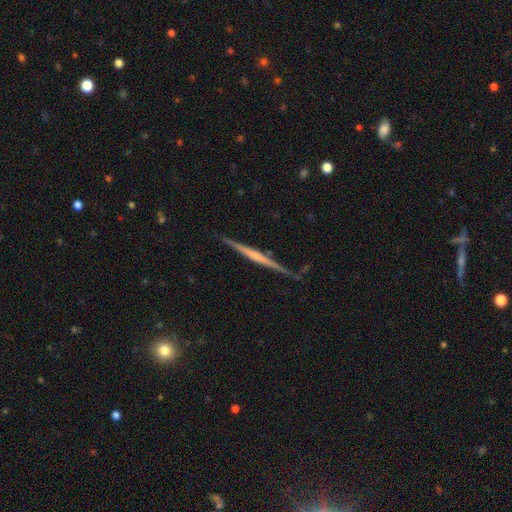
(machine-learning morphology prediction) Smooth or featured?
  - featured or disk: 70% *
  - smooth: 25%
  - star or artifact: 5%
Edge-on disk?
  - yes: 98% *
  - no: 2%
Edge-on bulge?
  - none: 59% *
  - rounded: 26%
  - boxy: 15%
Merging?
  - none: 86% *
  - minor disturbance: 10%
  - major disturbance: 2%
  - merger: 2%